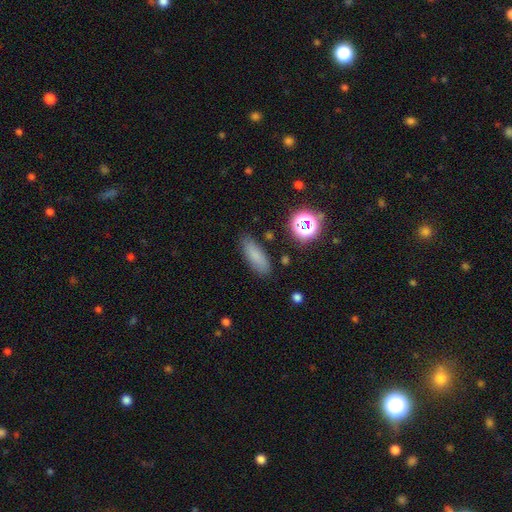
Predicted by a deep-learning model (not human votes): smooth-or-featured: smooth: 78% | star or artifact: 12% | featured or disk: 9%
  how-rounded: in between: 64% | cigar-shaped: 32% | round: 4%
  merging: none: 83% | minor disturbance: 12% | major disturbance: 3% | merger: 2%